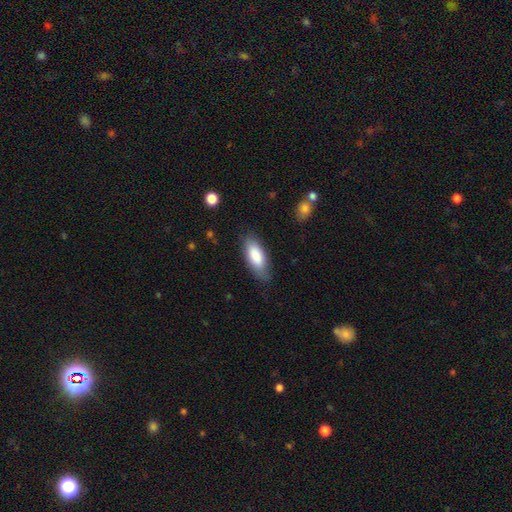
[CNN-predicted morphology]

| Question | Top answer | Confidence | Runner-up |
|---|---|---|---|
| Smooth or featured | smooth | 83% | featured or disk (11%) |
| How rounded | in between | 78% | cigar-shaped (21%) |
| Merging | none | 78% | minor disturbance (17%) |